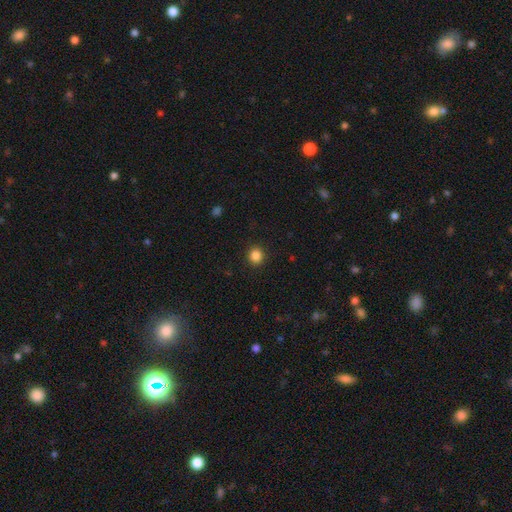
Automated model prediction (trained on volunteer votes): smooth-or-featured: smooth: 85% | star or artifact: 11% | featured or disk: 3%
  how-rounded: round: 88% | in between: 11% | cigar-shaped: 1%
  merging: none: 92% | minor disturbance: 5% | major disturbance: 2% | merger: 1%